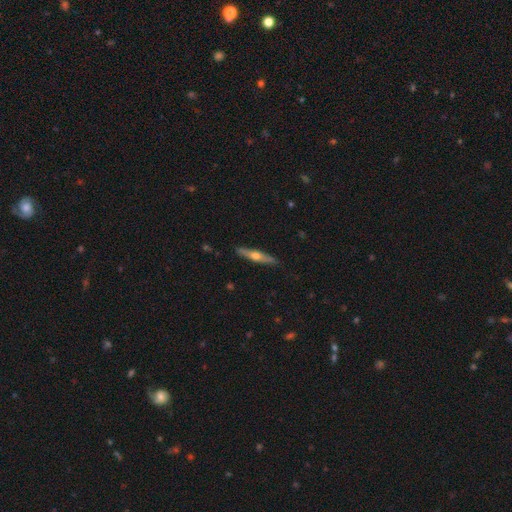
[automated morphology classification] Smooth or featured? featured or disk (60%)
Edge-on disk? yes (95%)
Edge-on bulge? rounded (91%)
Merging? none (90%)